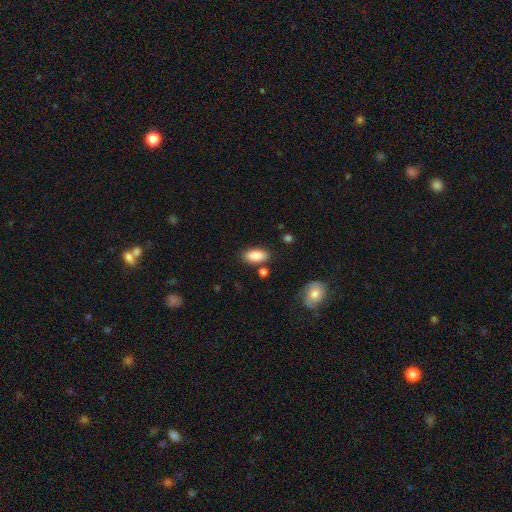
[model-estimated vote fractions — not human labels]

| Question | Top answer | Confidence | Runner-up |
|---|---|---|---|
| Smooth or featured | smooth | 88% | star or artifact (7%) |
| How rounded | in between | 91% | cigar-shaped (6%) |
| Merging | none | 82% | minor disturbance (11%) |